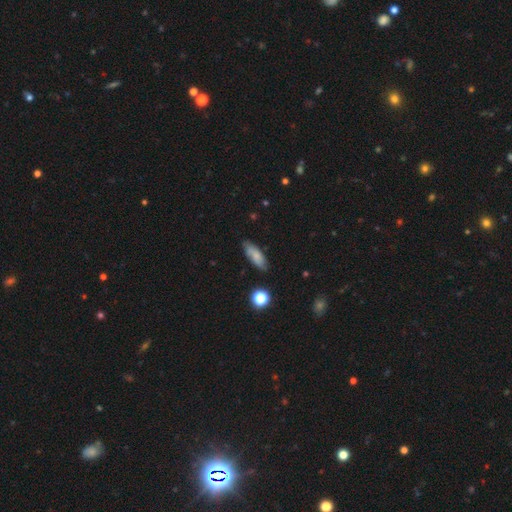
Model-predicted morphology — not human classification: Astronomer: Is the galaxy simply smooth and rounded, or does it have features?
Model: smooth — 72%.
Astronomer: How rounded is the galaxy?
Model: in between — 66%.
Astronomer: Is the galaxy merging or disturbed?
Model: none — 79%.